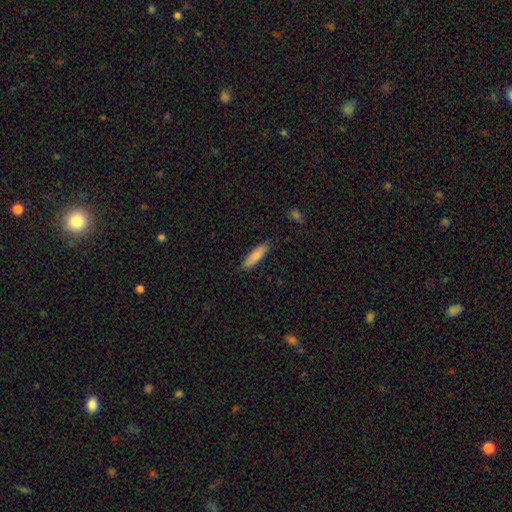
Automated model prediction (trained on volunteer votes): smooth-or-featured: smooth: 84% | featured or disk: 10% | star or artifact: 6%
  how-rounded: cigar-shaped: 74% | in between: 25% | round: 1%
  merging: none: 89% | minor disturbance: 9% | major disturbance: 2% | merger: 1%